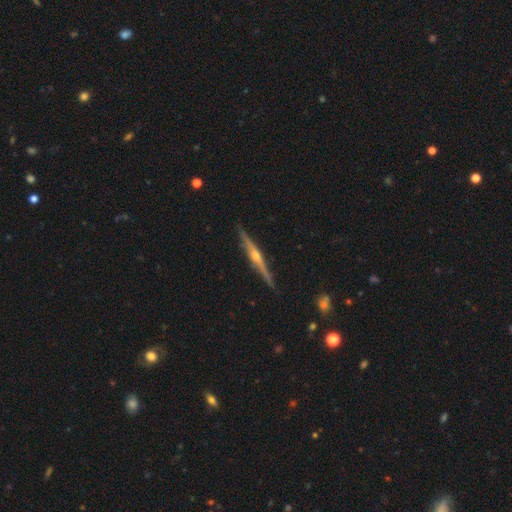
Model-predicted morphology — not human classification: Smooth or featured? Predicted: featured or disk (p=0.83). Edge-on disk? Predicted: yes (p=0.98). Edge-on bulge? Predicted: rounded (p=0.88). Merging? Predicted: none (p=0.90).